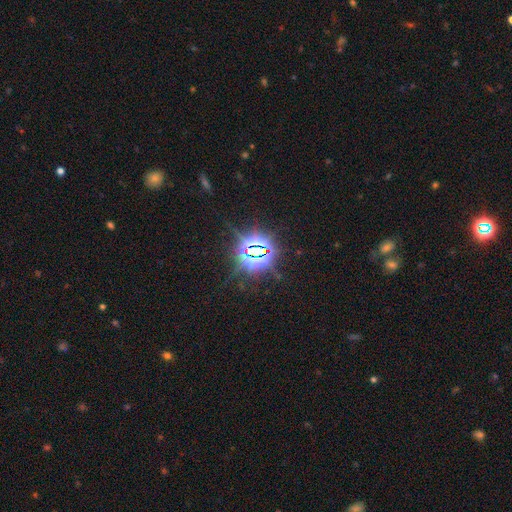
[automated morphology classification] Smooth or featured: star or artifact — 84% (featured or disk — 8%)